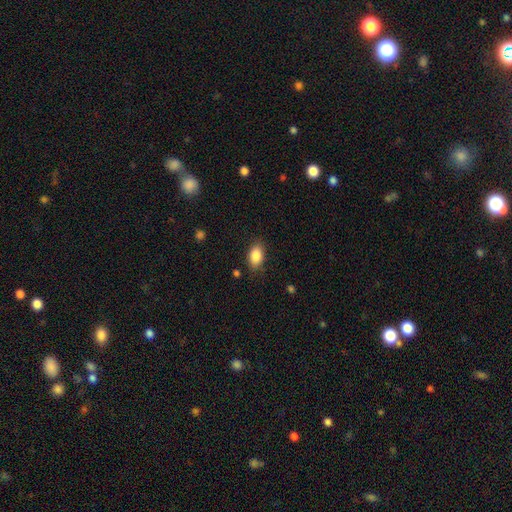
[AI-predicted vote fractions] Smooth or featured? Predicted: smooth (p=0.87). How rounded? Predicted: in between (p=0.88). Merging? Predicted: none (p=0.81).